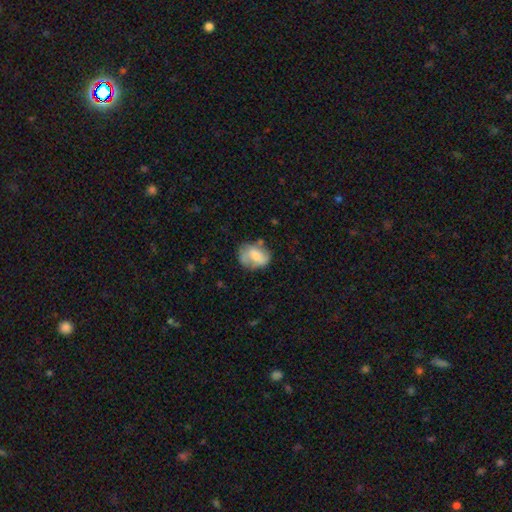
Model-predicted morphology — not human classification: A smooth galaxy with no disk features (63%) that is in between round and cigar-shaped (65%). Merging: none (48%).